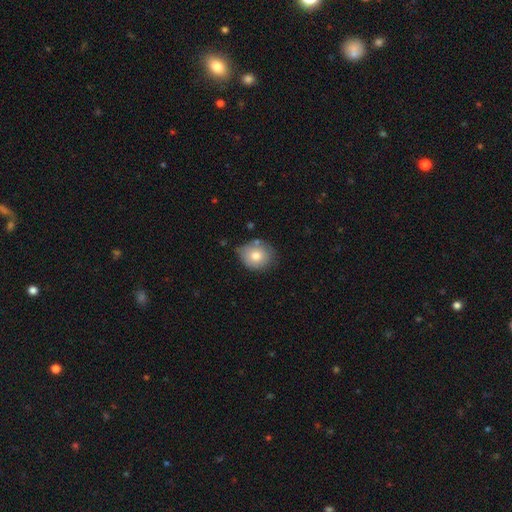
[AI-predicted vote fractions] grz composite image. It shows a smooth galaxy with no disk features (76%) that is round (66%). Merging: none (67%).